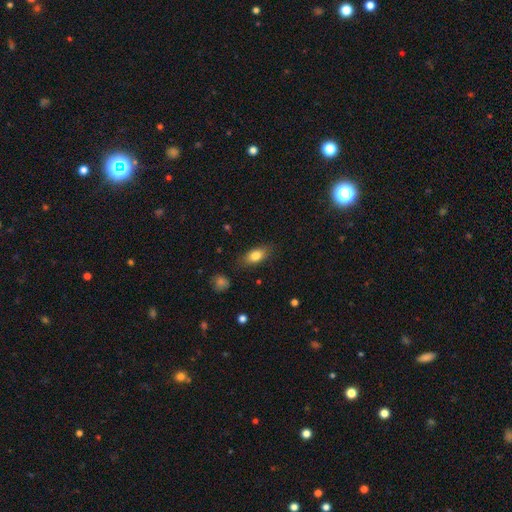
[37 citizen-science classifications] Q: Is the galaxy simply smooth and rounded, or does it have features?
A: smooth — 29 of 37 (78%).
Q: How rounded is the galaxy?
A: in between — 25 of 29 (86%).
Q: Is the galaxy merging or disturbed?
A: none — 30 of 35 (86%).